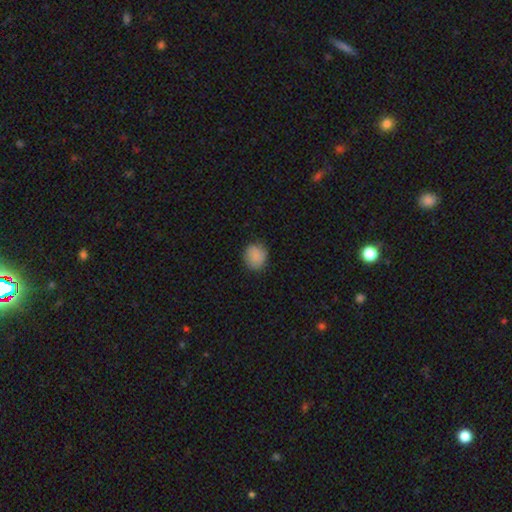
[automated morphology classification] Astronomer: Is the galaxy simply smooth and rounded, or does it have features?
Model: smooth — 86%.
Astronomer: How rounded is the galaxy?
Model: round — 75%.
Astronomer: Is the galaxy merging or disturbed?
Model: none — 80%.